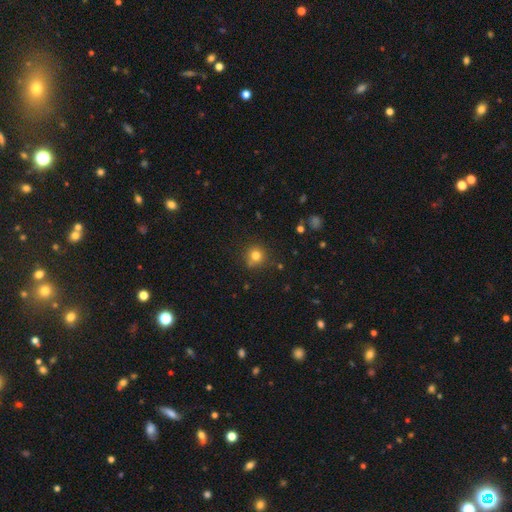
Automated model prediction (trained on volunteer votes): This is likely a smooth galaxy (79%). How rounded: clearly round (92%). Merging: likely none (77%).